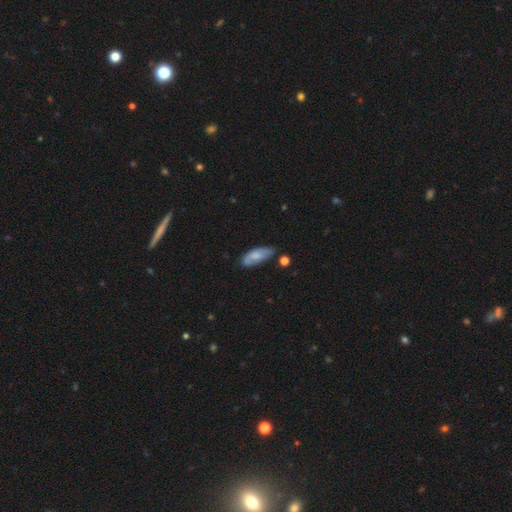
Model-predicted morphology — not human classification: smooth_or_featured: smooth (p=0.67) [alt: featured or disk p=0.26]
how_rounded: in between (p=0.79) [alt: cigar-shaped p=0.19]
merging: none (p=0.54) [alt: minor disturbance p=0.32]